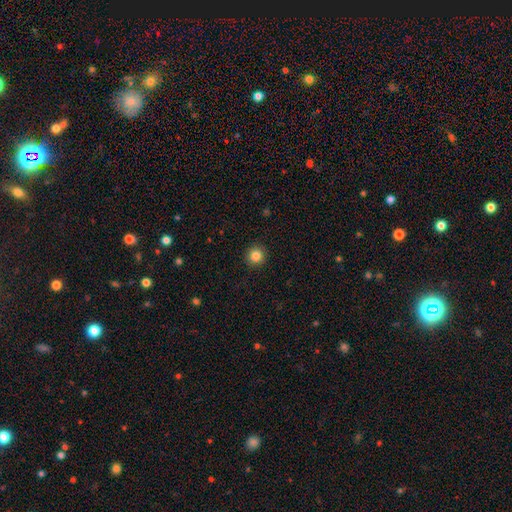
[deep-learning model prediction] Smooth or featured: smooth — 85% (star or artifact — 11%)
How rounded: round — 94% (in between — 5%)
Merging: none — 92% (minor disturbance — 5%)